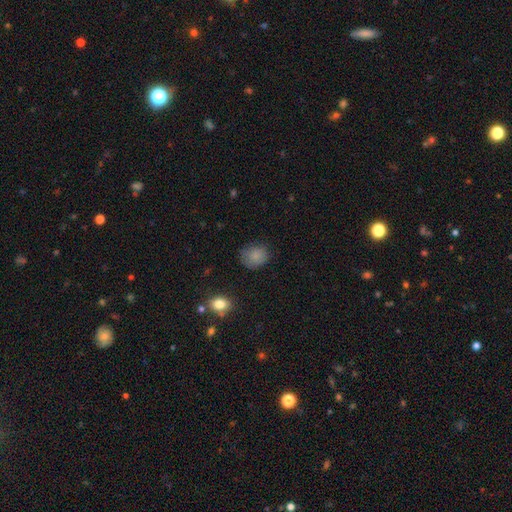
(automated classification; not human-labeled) Smooth or featured: smooth — 82% (star or artifact — 10%)
How rounded: round — 66% (in between — 33%)
Merging: none — 70% (minor disturbance — 22%)